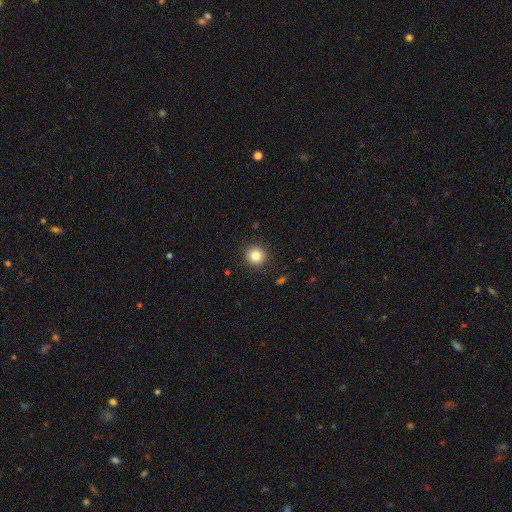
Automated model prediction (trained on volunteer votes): Smooth or featured: smooth — 83% (star or artifact — 11%)
How rounded: round — 95% (in between — 4%)
Merging: none — 92% (minor disturbance — 5%)